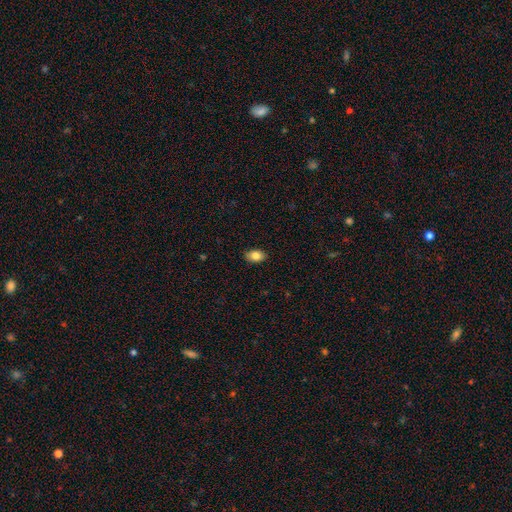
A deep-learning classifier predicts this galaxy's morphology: smooth 84%, featured or disk 8%, star or artifact 8%. Down the decision tree: how rounded — in between (84%); merging — none (88%).